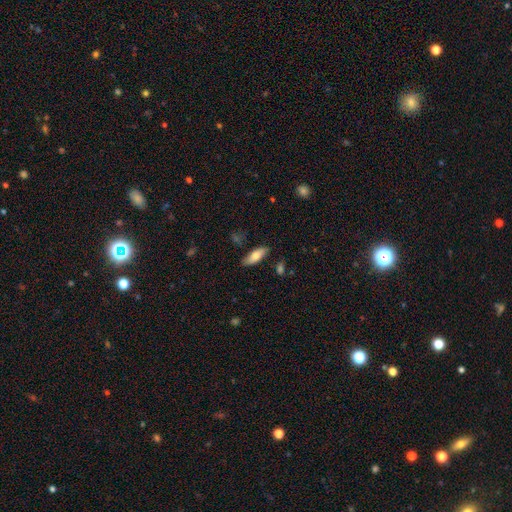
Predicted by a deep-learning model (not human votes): smooth_or_featured: smooth (p=0.72) [alt: featured or disk p=0.22]
how_rounded: in between (p=0.66) [alt: cigar-shaped p=0.32]
merging: none (p=0.82) [alt: minor disturbance p=0.14]